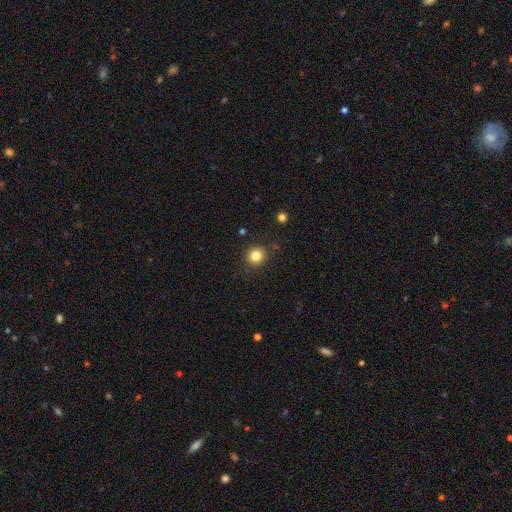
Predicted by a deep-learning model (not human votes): Smooth or featured? smooth (82%)
How rounded? round (92%)
Merging? none (88%)